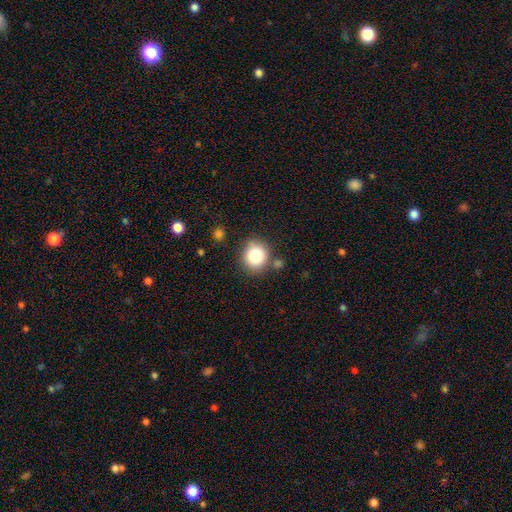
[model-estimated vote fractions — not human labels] Smooth or featured? smooth (83%)
How rounded? round (79%)
Merging? none (76%)